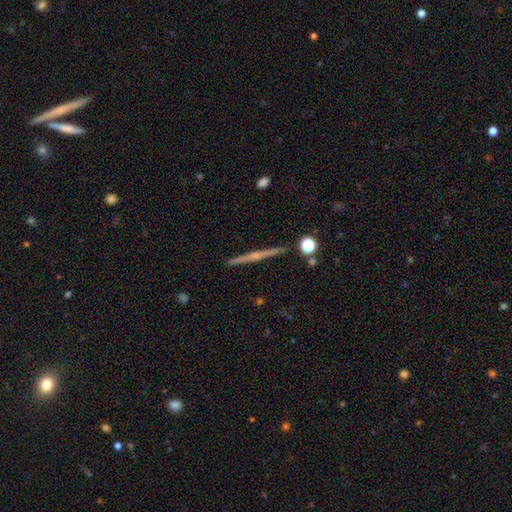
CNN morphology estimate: featured or disk 74%, smooth 19%, star or artifact 7%. Down the decision tree: edge-on disk — yes (98%); edge-on bulge — rounded (68%); merging — none (91%).